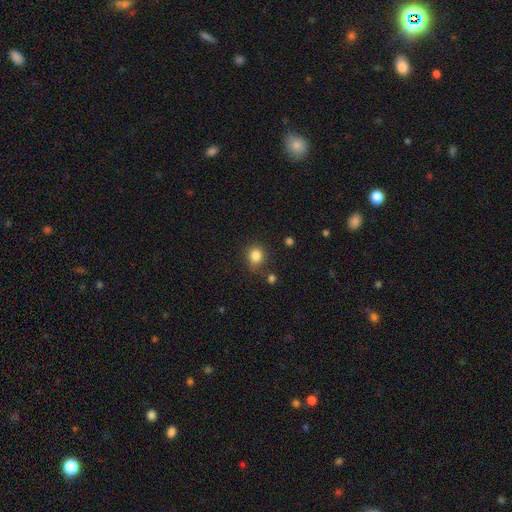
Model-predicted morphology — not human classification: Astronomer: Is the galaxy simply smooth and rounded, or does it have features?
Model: smooth — 84%.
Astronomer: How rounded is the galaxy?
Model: round — 76%.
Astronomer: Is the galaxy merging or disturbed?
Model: none — 76%.